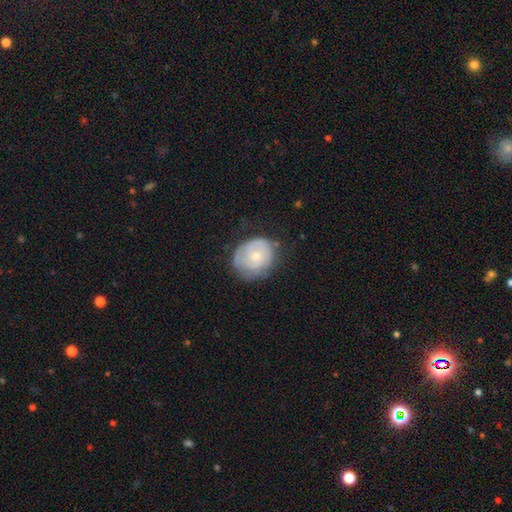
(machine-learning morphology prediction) Overall: featured or disk (48%; smooth 46%). Merging: none (60%; minor disturbance 28%).